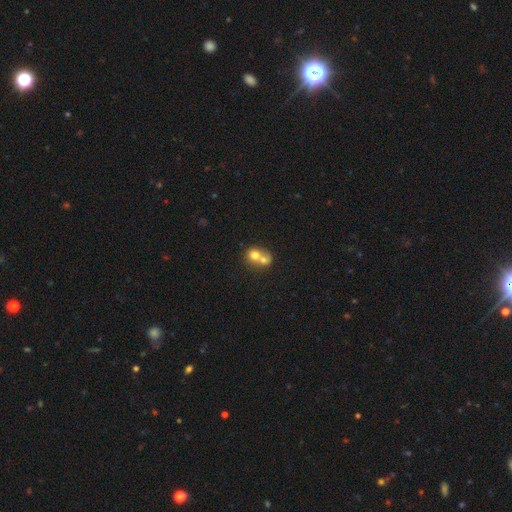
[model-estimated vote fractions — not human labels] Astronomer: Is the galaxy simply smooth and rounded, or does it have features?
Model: smooth — 68%.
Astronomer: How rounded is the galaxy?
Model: round — 70%.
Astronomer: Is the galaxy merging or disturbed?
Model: merger — 71%.